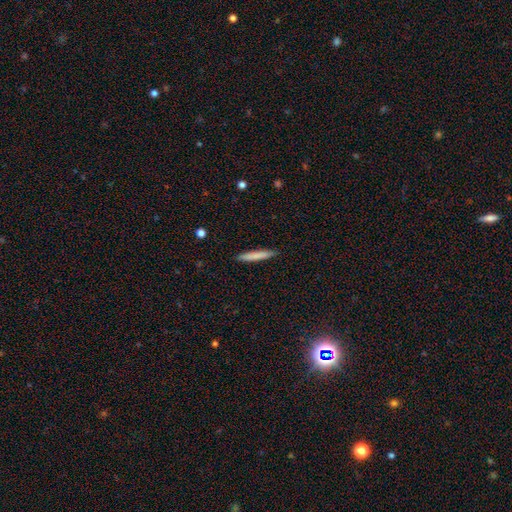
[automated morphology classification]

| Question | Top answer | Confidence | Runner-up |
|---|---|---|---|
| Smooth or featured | smooth | 79% | featured or disk (15%) |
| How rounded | cigar-shaped | 94% | in between (5%) |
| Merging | none | 90% | minor disturbance (7%) |